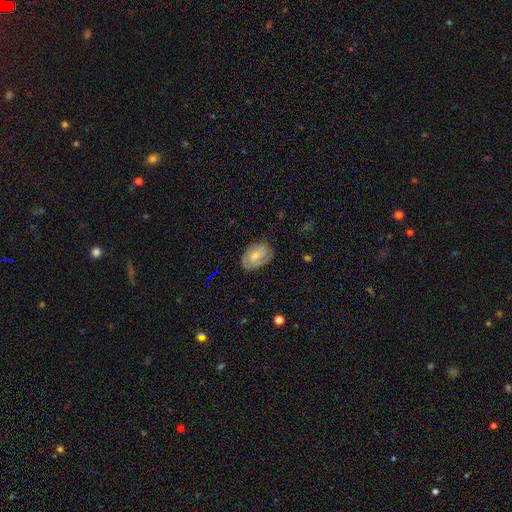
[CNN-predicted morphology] Overall: featured or disk (53%; smooth 39%). Edge-on disk: no (96%). Bar: no (57%; weak 37%). Spiral arms: yes (82%). Bulge size: small (48%; moderate 36%). Merging: none (71%).